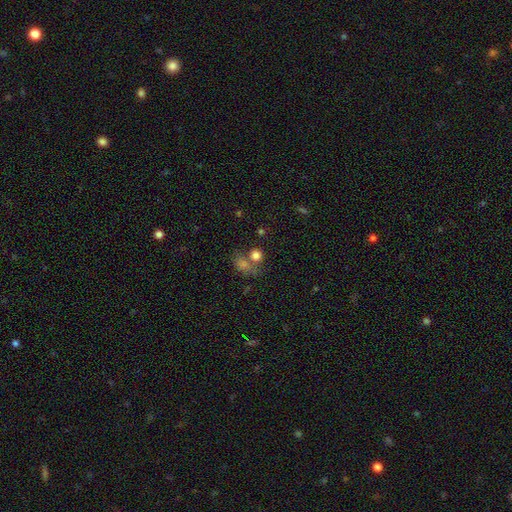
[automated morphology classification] Smooth or featured? Predicted: smooth (p=0.76). How rounded? Predicted: round (p=0.76). Merging? Predicted: none (p=0.49).